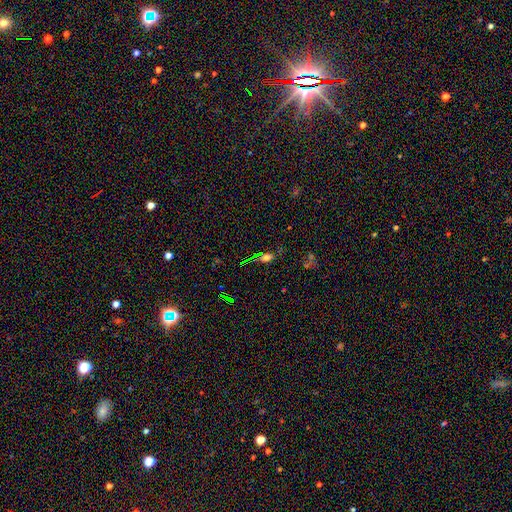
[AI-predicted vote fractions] Smooth or featured: smooth — 45% (star or artifact — 41%)
Merging: none — 68% (minor disturbance — 16%)